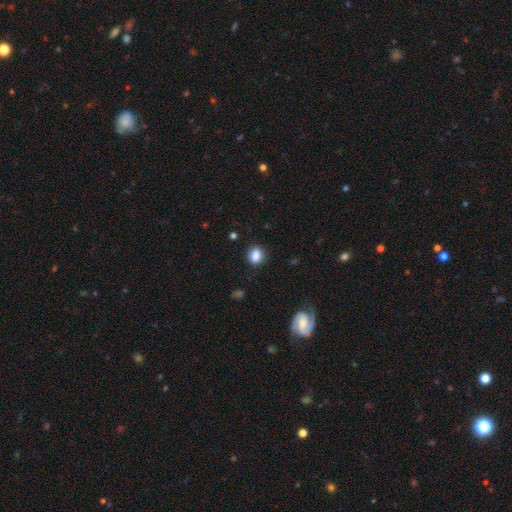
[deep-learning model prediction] smooth-or-featured: smooth: 85% | star or artifact: 9% | featured or disk: 6%
  how-rounded: round: 51% | in between: 47% | cigar-shaped: 1%
  merging: none: 82% | minor disturbance: 12% | major disturbance: 4% | merger: 2%